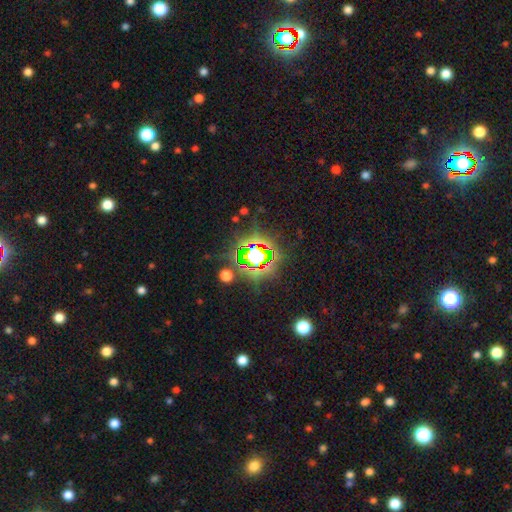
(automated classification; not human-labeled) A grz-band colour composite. It shows a star or artifact, not a galaxy (74%).